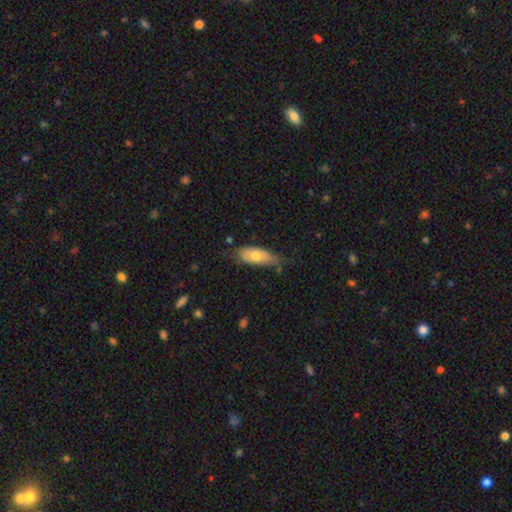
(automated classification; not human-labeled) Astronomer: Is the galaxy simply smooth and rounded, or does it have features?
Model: smooth — 68%.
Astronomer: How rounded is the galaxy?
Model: in between — 78%.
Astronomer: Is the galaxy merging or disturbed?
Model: none — 56% (runner-up: minor disturbance, 34%).